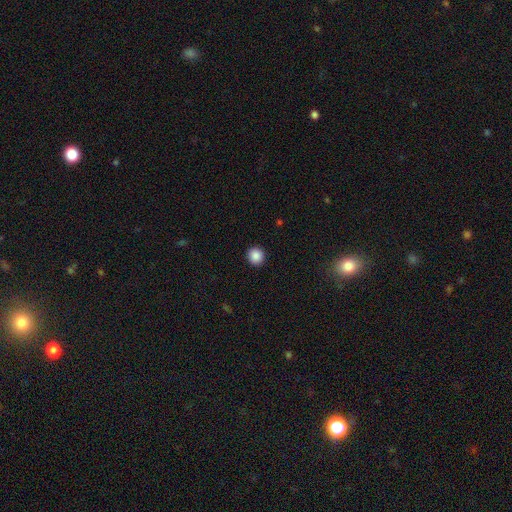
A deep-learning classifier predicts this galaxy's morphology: Smooth or featured?
  - smooth: 88% *
  - star or artifact: 9%
  - featured or disk: 3%
How rounded?
  - round: 92% *
  - in between: 7%
  - cigar-shaped: 1%
Merging?
  - none: 92% *
  - minor disturbance: 5%
  - major disturbance: 2%
  - merger: 1%